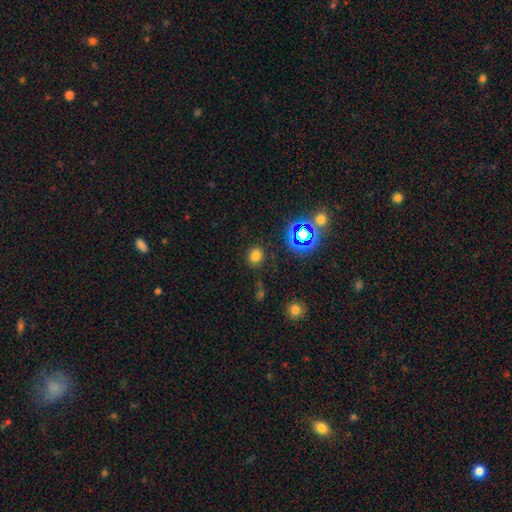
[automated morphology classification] A smooth galaxy with no disk features (72%) that is round (72%).

Vote fractions:
- Smooth or featured? smooth: 72% / star or artifact: 23% / featured or disk: 6%
- How rounded? round: 72% / in between: 27% / cigar-shaped: 1%
- Merging? none: 85% / minor disturbance: 9% / major disturbance: 4% / merger: 2%